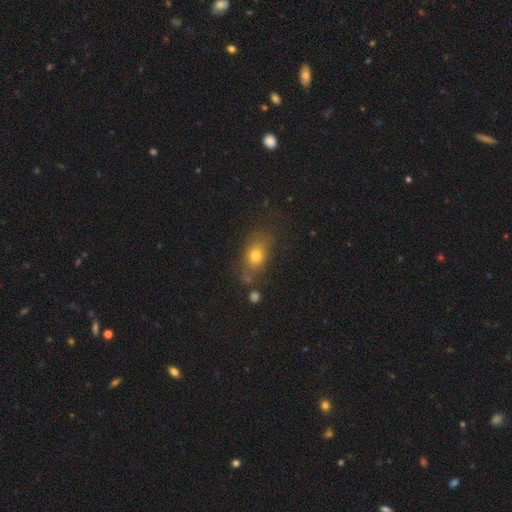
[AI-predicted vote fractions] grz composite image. It shows a smooth galaxy with no disk features (74%) that is in between round and cigar-shaped (65%). Merging: none (61%).